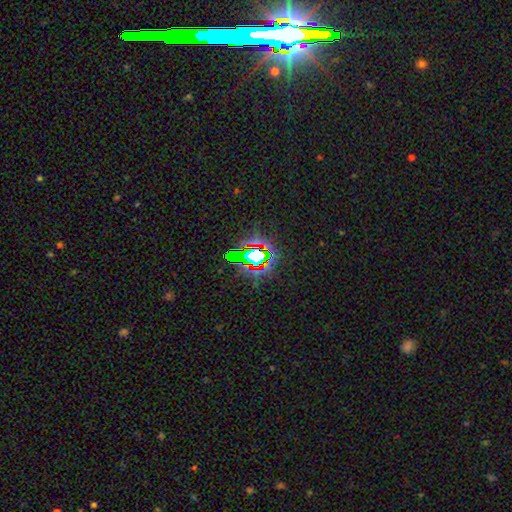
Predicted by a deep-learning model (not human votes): smooth-or-featured: star or artifact: 70% | smooth: 17% | featured or disk: 13%